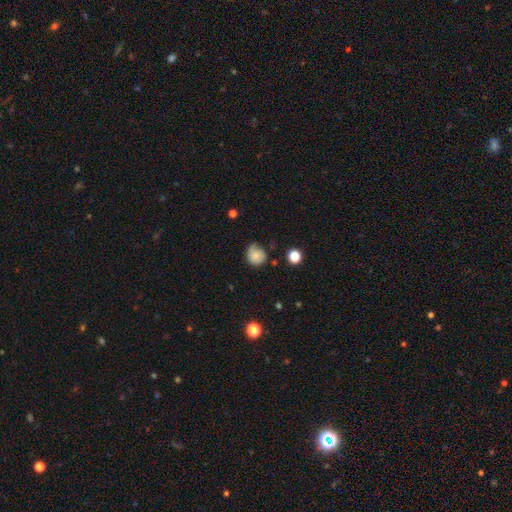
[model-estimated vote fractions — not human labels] Smooth or featured? smooth (71%)
How rounded? round (79%)
Merging? none (49%)